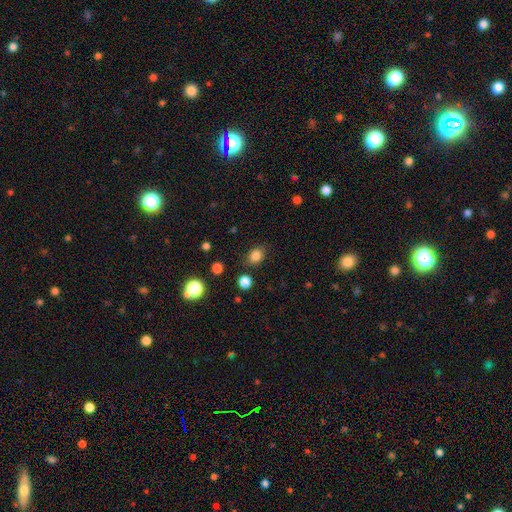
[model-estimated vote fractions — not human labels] Smooth or featured: smooth — 83% (star or artifact — 13%)
How rounded: round — 50% (in between — 49%)
Merging: none — 82% (minor disturbance — 12%)